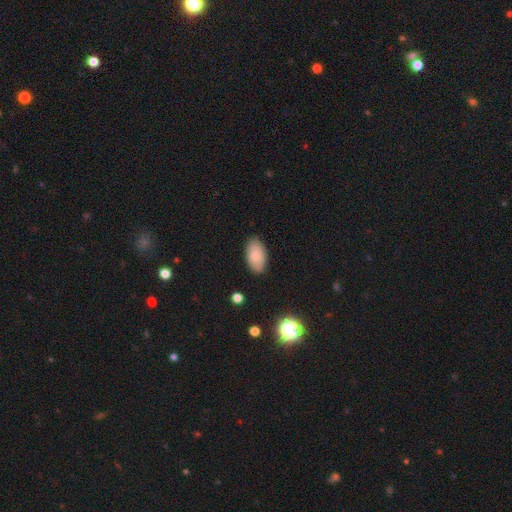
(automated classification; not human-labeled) Smooth or featured?
  - smooth: 85% *
  - featured or disk: 9%
  - star or artifact: 7%
How rounded?
  - in between: 95% *
  - round: 3%
  - cigar-shaped: 2%
Merging?
  - none: 85% *
  - minor disturbance: 12%
  - major disturbance: 2%
  - merger: 1%